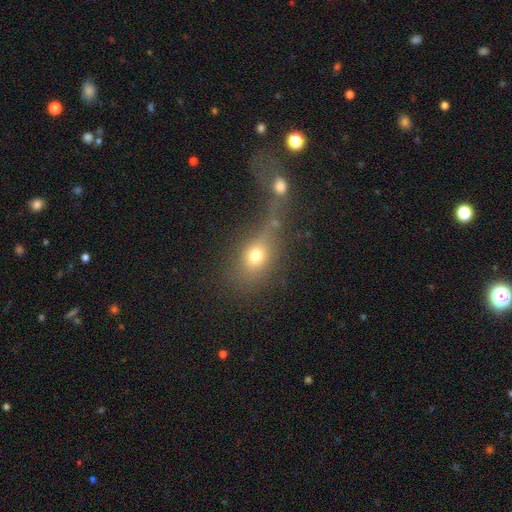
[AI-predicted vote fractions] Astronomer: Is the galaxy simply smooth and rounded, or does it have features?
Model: smooth — 68%.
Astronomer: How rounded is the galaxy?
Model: round — 48% (runner-up: in between, 47%).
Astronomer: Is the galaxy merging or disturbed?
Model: none — 37% (runner-up: merger, 36%).